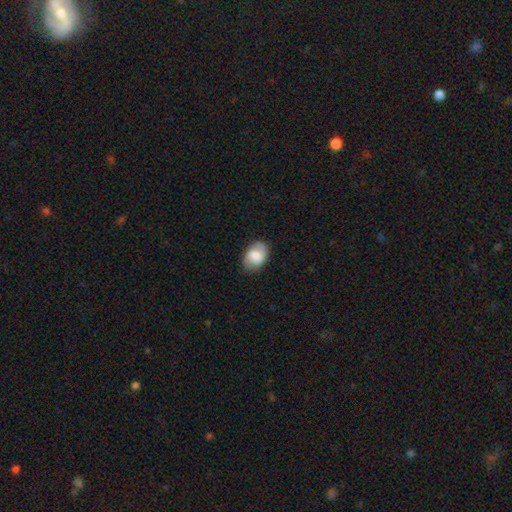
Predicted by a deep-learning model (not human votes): Q: Smooth or featured?
A: smooth (64%); runner-up: featured or disk (29%)
Q: How rounded?
A: in between (82%); runner-up: round (17%)
Q: Merging?
A: none (78%); runner-up: minor disturbance (17%)